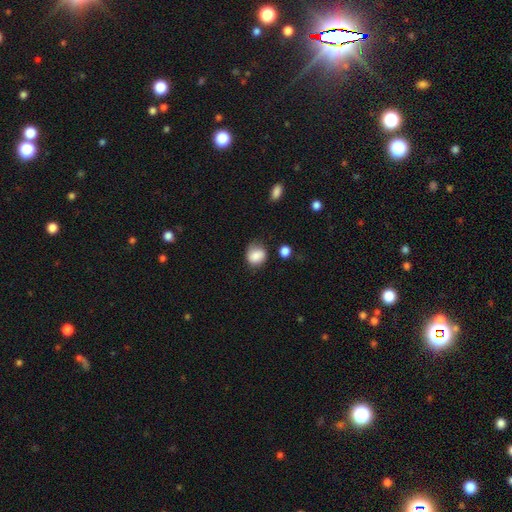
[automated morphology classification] A smooth galaxy with no disk features (82%) that is round (67%). Merging: none (59%).